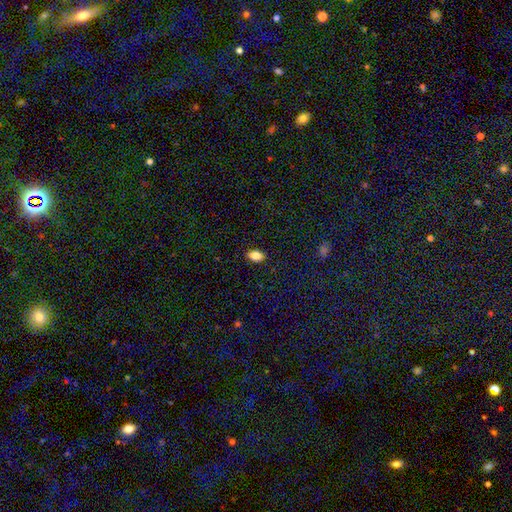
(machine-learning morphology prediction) Smooth or featured? Predicted: smooth (p=0.86). How rounded? Predicted: in between (p=0.89). Merging? Predicted: none (p=0.89).